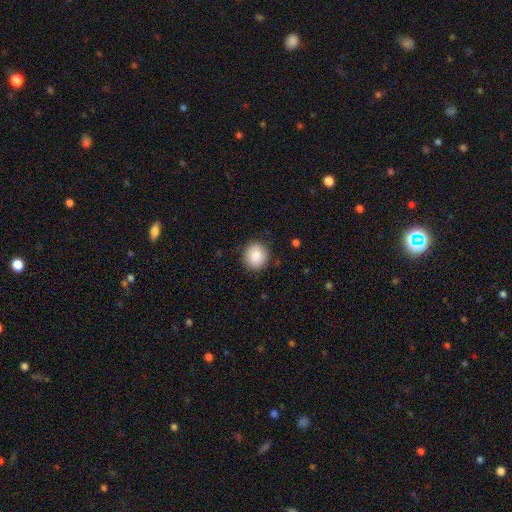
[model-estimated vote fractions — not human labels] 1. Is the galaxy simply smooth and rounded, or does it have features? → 87% smooth, 8% star or artifact, 5% featured or disk.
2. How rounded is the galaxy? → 85% round, 14% in between, 1% cigar-shaped.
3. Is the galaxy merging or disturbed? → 88% none, 8% minor disturbance, 2% major disturbance, 1% merger.